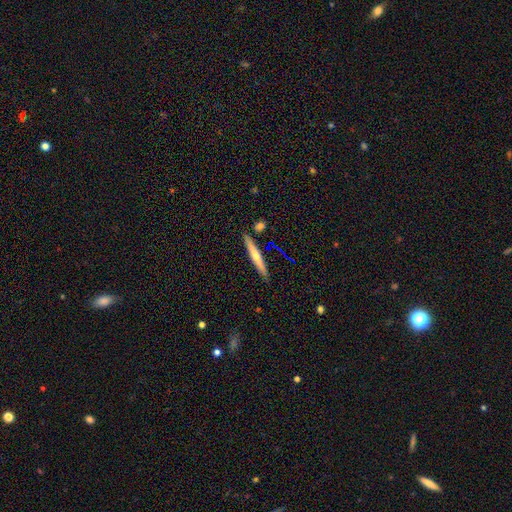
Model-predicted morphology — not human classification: featured or disk 47% (tied), smooth 47% (tied), star or artifact 6%. Down the decision tree: merging — none (86%).